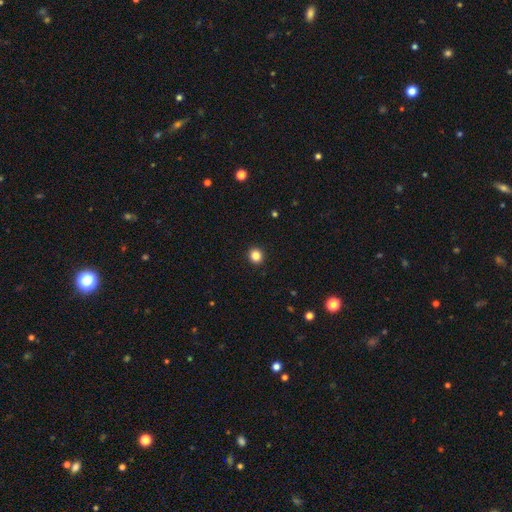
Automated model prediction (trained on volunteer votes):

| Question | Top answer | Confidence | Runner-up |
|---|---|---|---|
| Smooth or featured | smooth | 85% | star or artifact (11%) |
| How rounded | round | 89% | in between (10%) |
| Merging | none | 93% | minor disturbance (4%) |